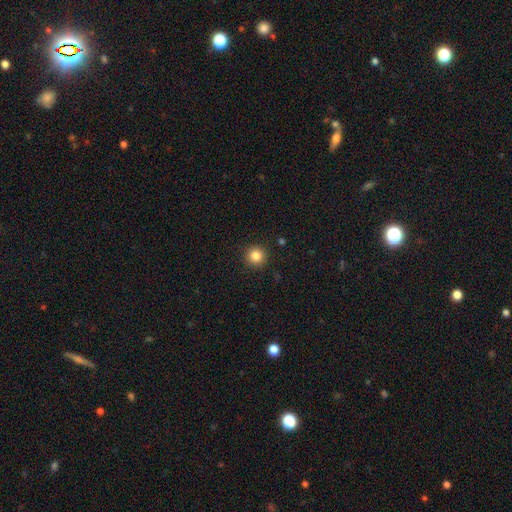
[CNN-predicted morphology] Smooth or featured: smooth — 84% (star or artifact — 11%)
How rounded: round — 95% (in between — 4%)
Merging: none — 92% (minor disturbance — 5%)